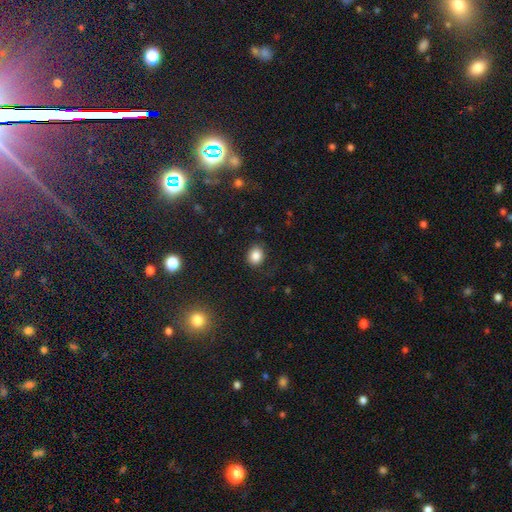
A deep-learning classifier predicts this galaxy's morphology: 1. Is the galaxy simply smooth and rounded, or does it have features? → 85% smooth, 10% star or artifact, 5% featured or disk.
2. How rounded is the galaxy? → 60% round, 39% in between, 1% cigar-shaped.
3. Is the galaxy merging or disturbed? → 80% none, 14% minor disturbance, 5% major disturbance, 1% merger.